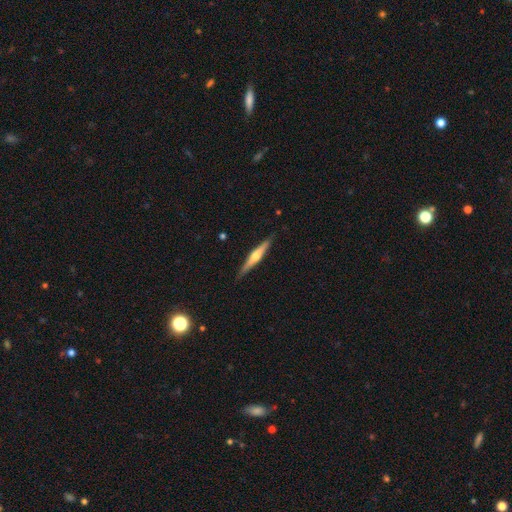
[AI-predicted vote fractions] smooth_or_featured: featured or disk (p=0.66) [alt: smooth p=0.28]
disk_edge_on: yes (p=0.97) [alt: no p=0.03]
edge_on_bulge: rounded (p=0.89) [alt: boxy p=0.06]
merging: none (p=0.89) [alt: minor disturbance p=0.09]